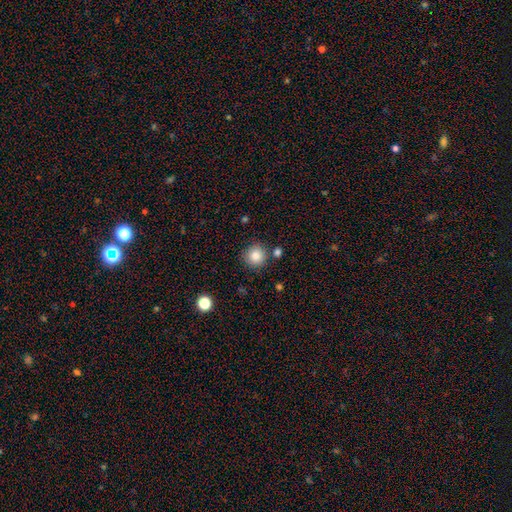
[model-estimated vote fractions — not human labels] Smooth or featured: smooth — 85% (star or artifact — 9%)
How rounded: round — 94% (in between — 5%)
Merging: none — 83% (minor disturbance — 9%)